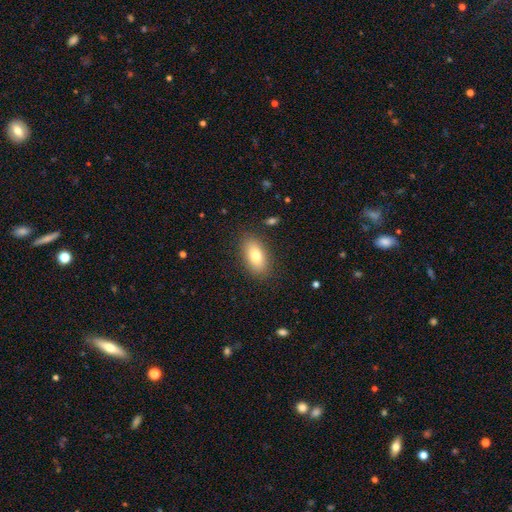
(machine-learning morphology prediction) smooth-or-featured: smooth: 77% | featured or disk: 15% | star or artifact: 8%
  how-rounded: in between: 90% | cigar-shaped: 5% | round: 5%
  merging: none: 85% | minor disturbance: 10% | major disturbance: 3% | merger: 1%